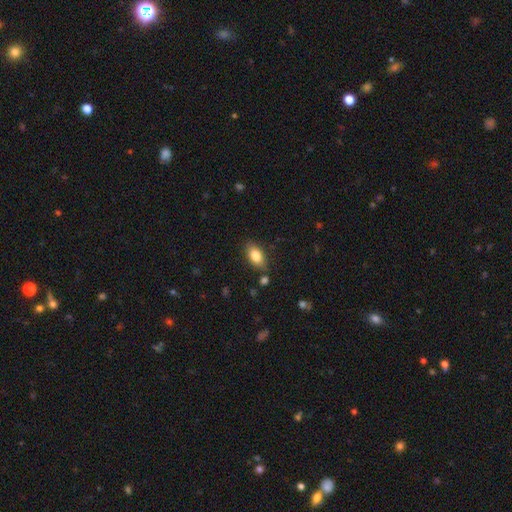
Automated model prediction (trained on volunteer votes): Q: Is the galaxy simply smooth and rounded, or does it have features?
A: smooth — 83%.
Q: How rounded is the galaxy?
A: in between — 90%.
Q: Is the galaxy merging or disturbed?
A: none — 83%.